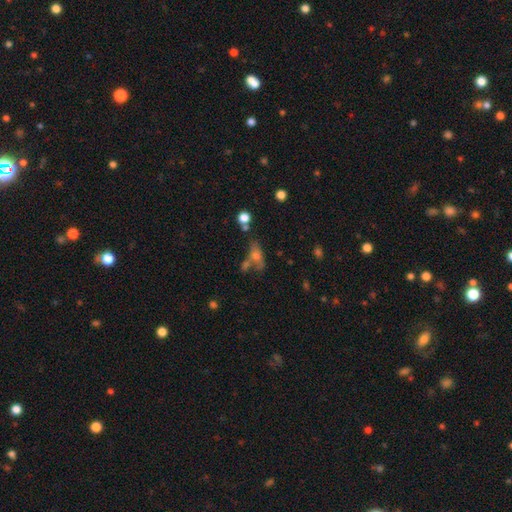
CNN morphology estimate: Smooth or featured? smooth (52%)
How rounded? in between (65%)
Merging? none (41%)